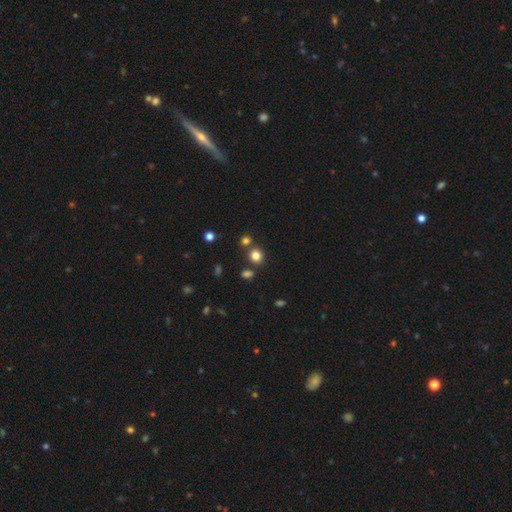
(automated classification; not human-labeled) This is clearly a smooth galaxy (81%). How rounded: clearly round (83%). Merging: likely none (76%).